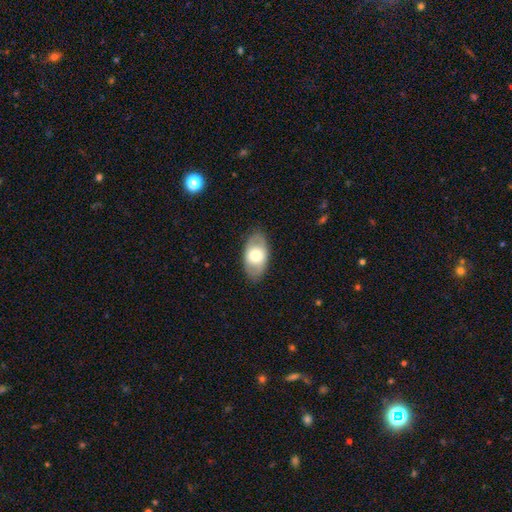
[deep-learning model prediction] smooth 59%, featured or disk 34%, star or artifact 6%. Down the decision tree: how rounded — in between (92%); merging — none (83%).